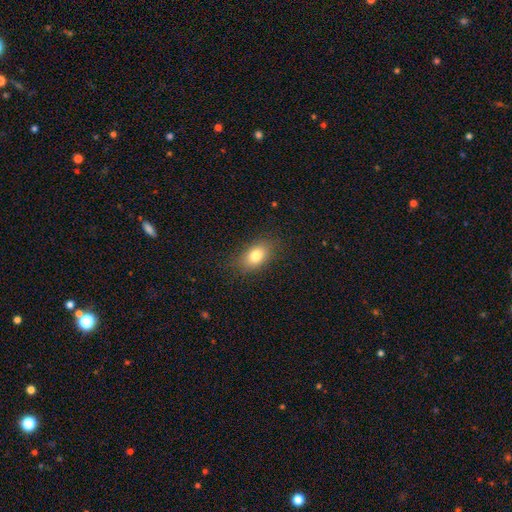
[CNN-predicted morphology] Q: Smooth or featured?
A: smooth (79%); runner-up: featured or disk (11%)
Q: How rounded?
A: in between (84%); runner-up: round (13%)
Q: Merging?
A: none (84%); runner-up: minor disturbance (11%)